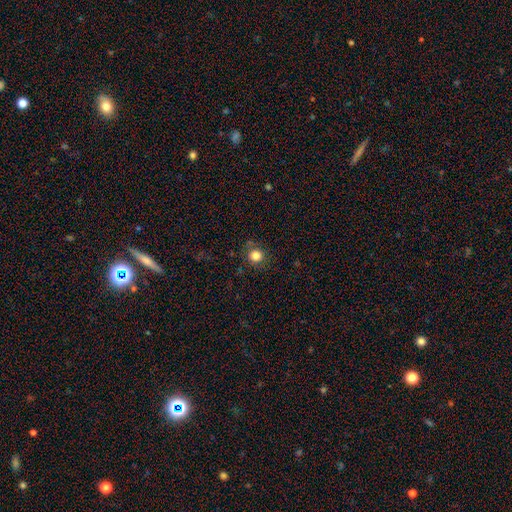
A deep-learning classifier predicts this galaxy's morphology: Smooth or featured: smooth — 82% (star or artifact — 12%)
How rounded: round — 90% (in between — 9%)
Merging: none — 83% (minor disturbance — 11%)